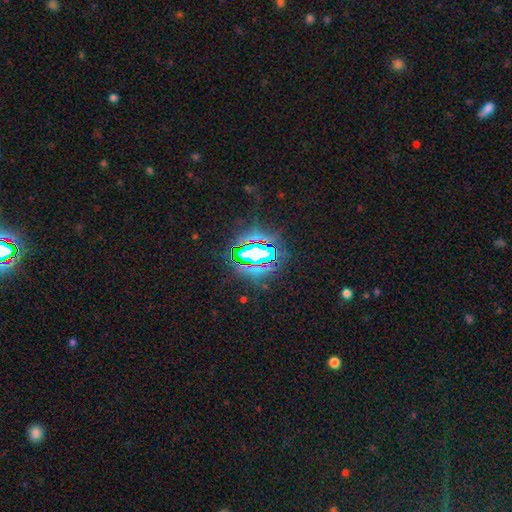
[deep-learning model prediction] smooth-or-featured: star or artifact: 74% | smooth: 14% | featured or disk: 12%